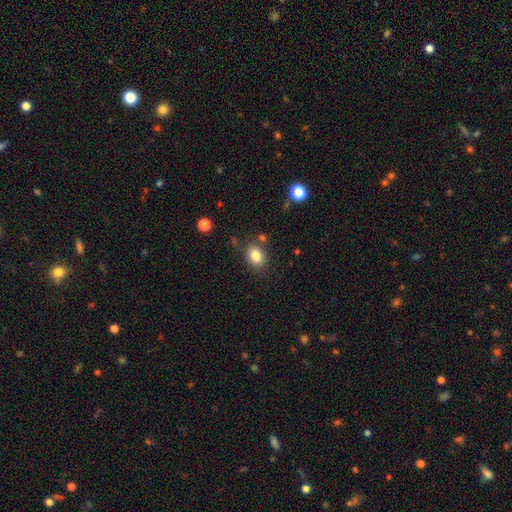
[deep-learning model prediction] A smooth galaxy with no disk features (83%) that is in between round and cigar-shaped (68%).

Vote fractions:
- Smooth or featured? smooth: 83% / star or artifact: 9% / featured or disk: 7%
- How rounded? in between: 68% / round: 31% / cigar-shaped: 1%
- Merging? none: 78% / minor disturbance: 13% / merger: 6% / major disturbance: 4%